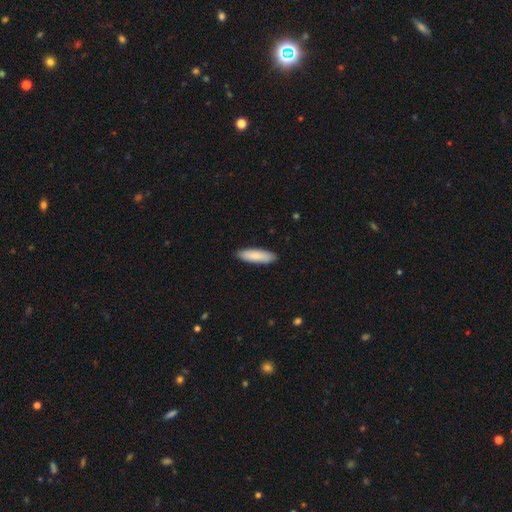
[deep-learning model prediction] Q: Smooth or featured?
A: smooth (88%); runner-up: featured or disk (7%)
Q: How rounded?
A: cigar-shaped (51%); runner-up: in between (48%)
Q: Merging?
A: none (89%); runner-up: minor disturbance (8%)